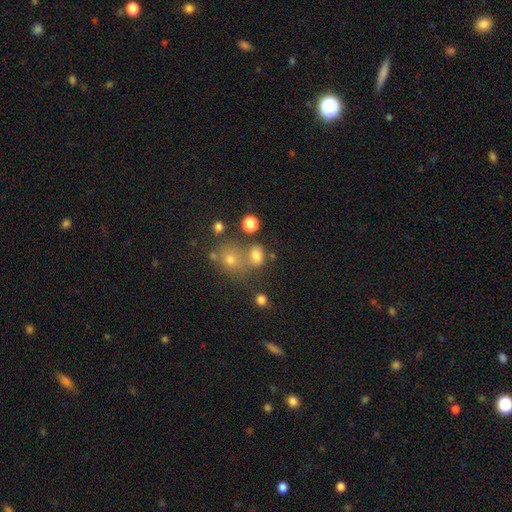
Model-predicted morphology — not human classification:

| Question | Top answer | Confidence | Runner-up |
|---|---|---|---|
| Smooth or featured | smooth | 70% | star or artifact (19%) |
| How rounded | in between | 56% | round (42%) |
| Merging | none | 49% | merger (31%) |